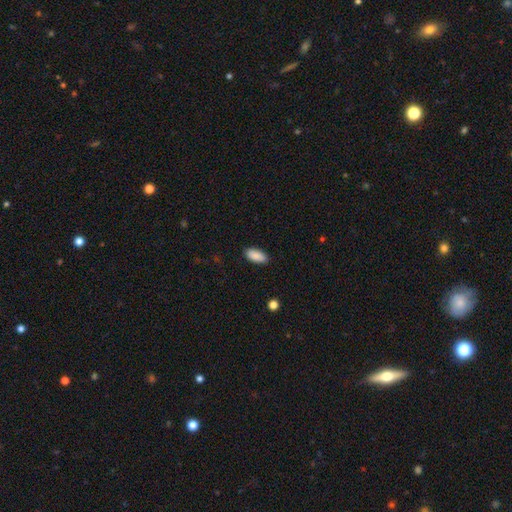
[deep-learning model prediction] Smooth or featured?
  - smooth: 90% *
  - star or artifact: 6%
  - featured or disk: 4%
How rounded?
  - in between: 89% *
  - cigar-shaped: 9%
  - round: 2%
Merging?
  - none: 88% *
  - minor disturbance: 9%
  - major disturbance: 2%
  - merger: 1%